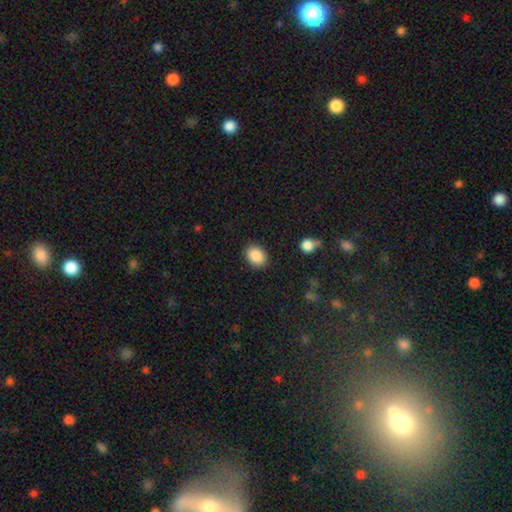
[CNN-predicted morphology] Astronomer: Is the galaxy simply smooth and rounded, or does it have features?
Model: smooth — 88%.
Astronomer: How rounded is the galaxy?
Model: in between — 65%.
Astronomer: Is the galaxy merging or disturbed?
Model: none — 87%.